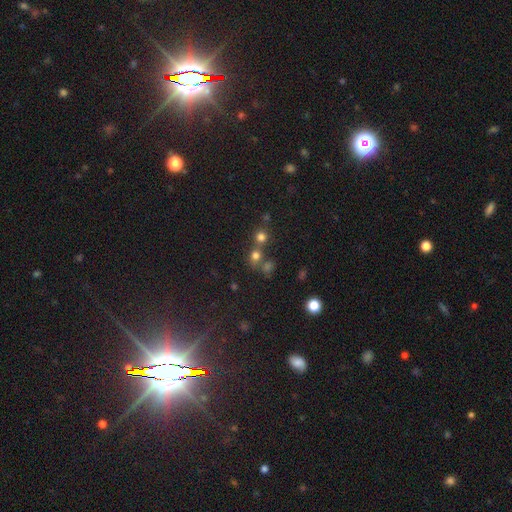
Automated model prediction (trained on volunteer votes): smooth_or_featured: smooth (p=0.68) [alt: star or artifact p=0.23]
how_rounded: round (p=0.80) [alt: in between p=0.19]
merging: none (p=0.55) [alt: merger p=0.33]